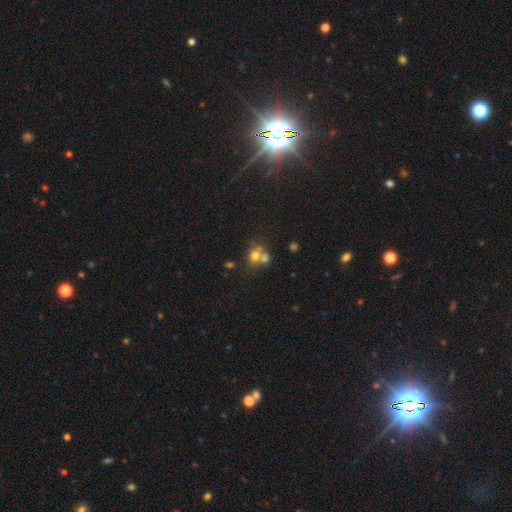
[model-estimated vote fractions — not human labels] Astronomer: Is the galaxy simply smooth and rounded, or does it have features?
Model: smooth — 66%.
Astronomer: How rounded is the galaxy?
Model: round — 70%.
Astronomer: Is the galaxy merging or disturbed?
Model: merger — 54% (runner-up: none, 34%).